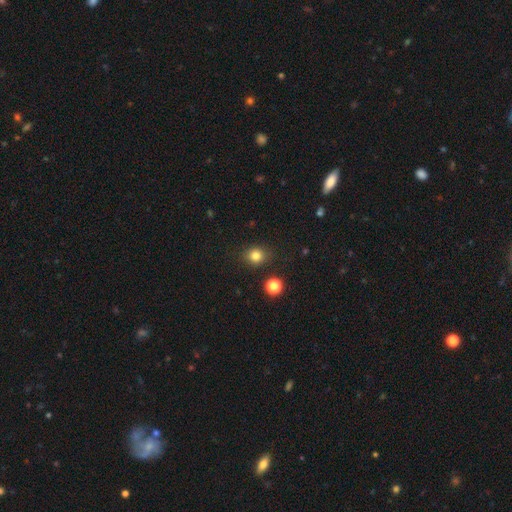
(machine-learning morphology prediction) Q: Smooth or featured?
A: smooth (81%); runner-up: star or artifact (13%)
Q: How rounded?
A: round (79%); runner-up: in between (20%)
Q: Merging?
A: none (86%); runner-up: minor disturbance (9%)